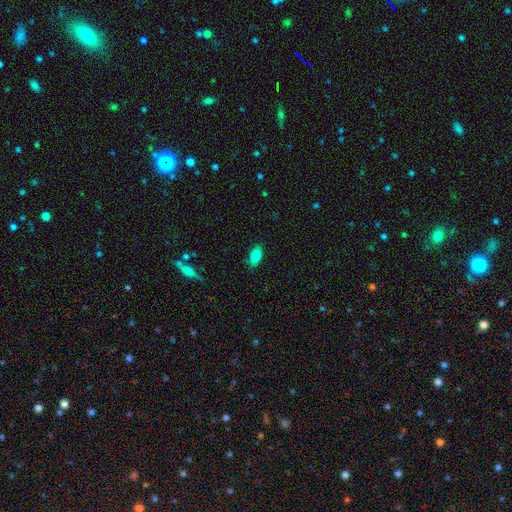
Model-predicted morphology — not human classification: Overall: smooth (77%). How rounded: in between (86%). Merging: none (84%).